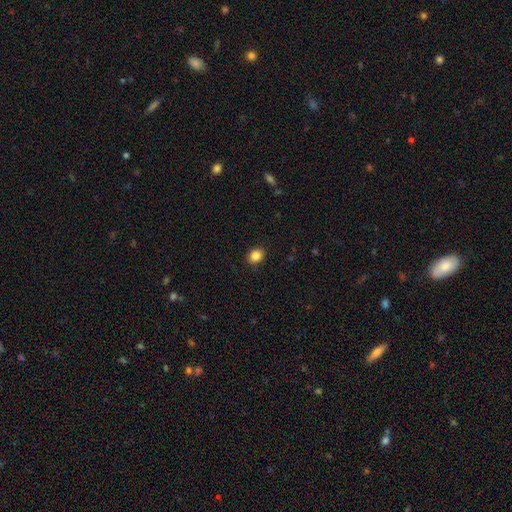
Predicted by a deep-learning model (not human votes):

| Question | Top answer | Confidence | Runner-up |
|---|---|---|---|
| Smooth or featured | smooth | 86% | star or artifact (10%) |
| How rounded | round | 53% | in between (46%) |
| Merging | none | 90% | minor disturbance (7%) |